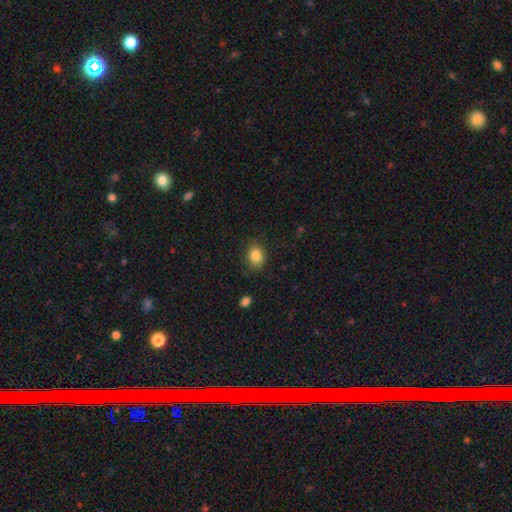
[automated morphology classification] smooth_or_featured: smooth (p=0.84) [alt: star or artifact p=0.10]
how_rounded: in between (p=0.55) [alt: round p=0.44]
merging: none (p=0.83) [alt: minor disturbance p=0.13]